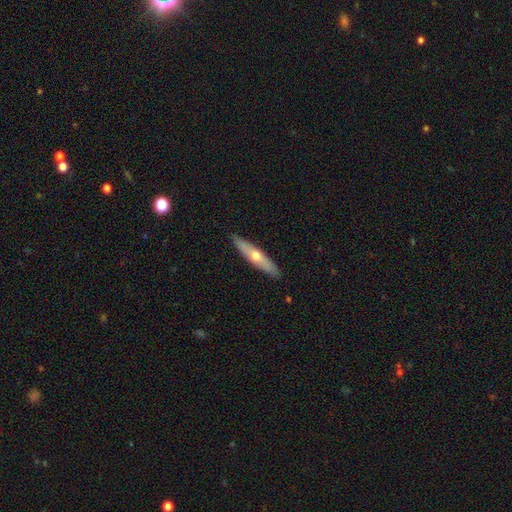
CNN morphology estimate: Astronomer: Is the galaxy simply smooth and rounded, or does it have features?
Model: featured or disk — 50% (runner-up: smooth, 45%).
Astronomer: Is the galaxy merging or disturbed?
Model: none — 90%.